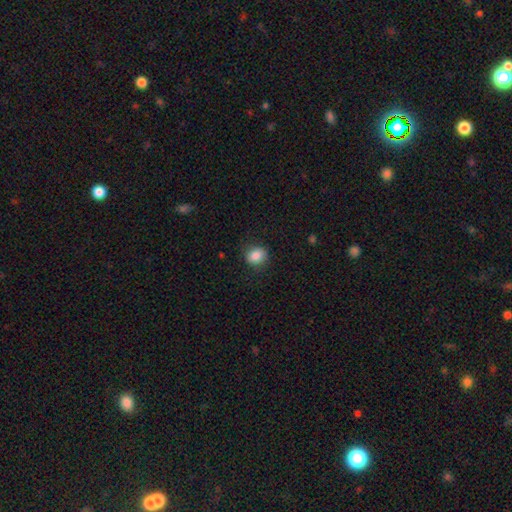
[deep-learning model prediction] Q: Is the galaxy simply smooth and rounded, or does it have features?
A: smooth — 87%.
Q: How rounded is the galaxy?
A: round — 59%.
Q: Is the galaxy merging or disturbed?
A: none — 84%.